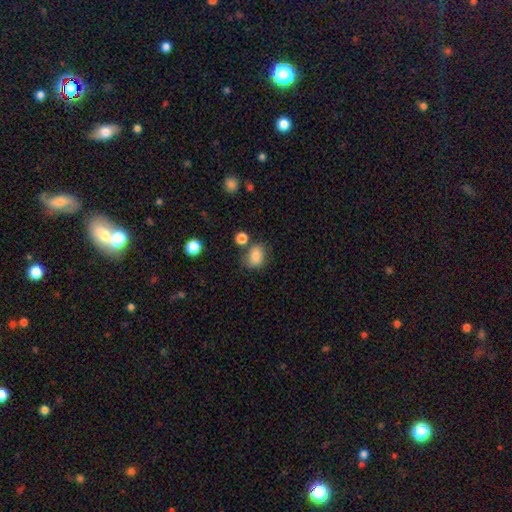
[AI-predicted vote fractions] smooth 82%, star or artifact 10%, featured or disk 8%. Down the decision tree: how rounded — in between (51%); merging — none (65%).